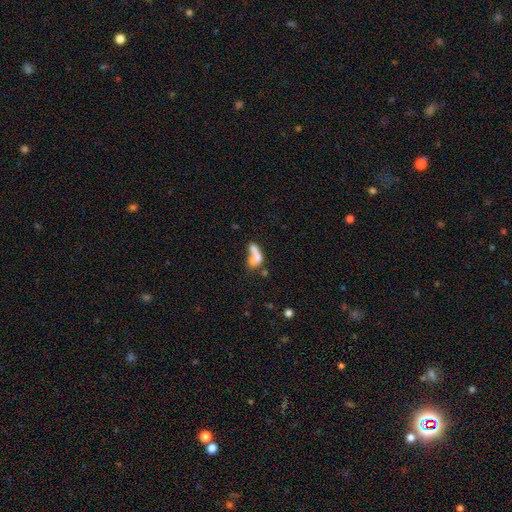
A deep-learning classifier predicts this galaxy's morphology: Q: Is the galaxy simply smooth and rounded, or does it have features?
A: smooth — 63%.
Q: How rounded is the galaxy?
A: in between — 71%.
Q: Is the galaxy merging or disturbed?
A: merger — 55%.